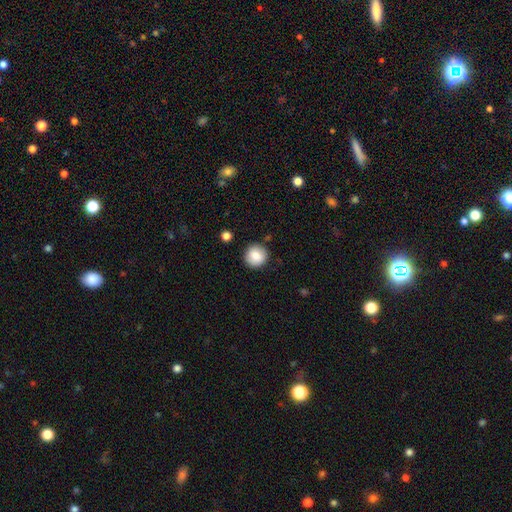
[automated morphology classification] smooth_or_featured: smooth (p=0.84) [alt: star or artifact p=0.08]
how_rounded: round (p=0.93) [alt: in between p=0.06]
merging: none (p=0.88) [alt: minor disturbance p=0.08]